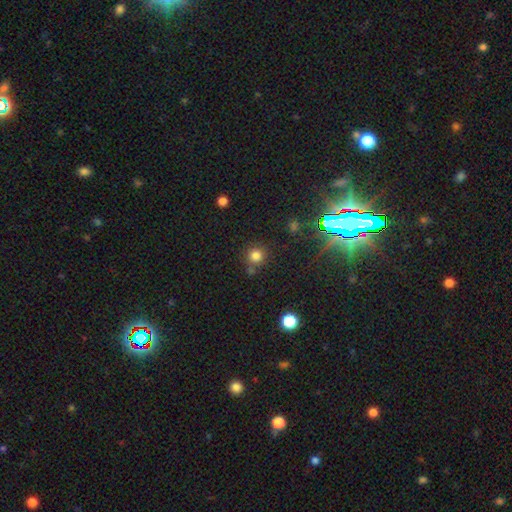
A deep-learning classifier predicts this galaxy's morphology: The model was most divided on "smooth or featured": smooth: 77%, star or artifact: 18%, featured or disk: 5%. More confident: how rounded — round (92%); merging — none (74%).